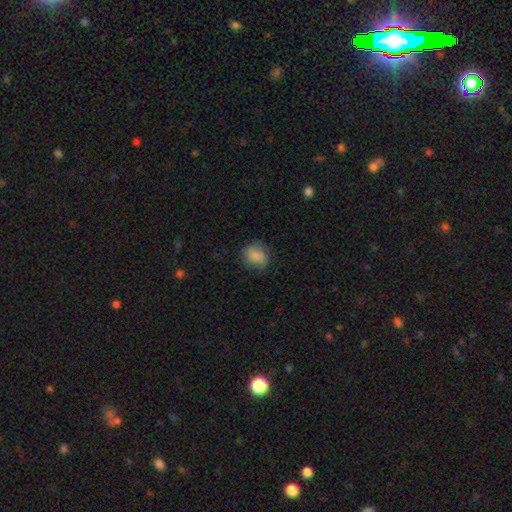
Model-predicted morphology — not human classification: Smooth or featured?
  - smooth: 80% *
  - featured or disk: 12%
  - star or artifact: 8%
How rounded?
  - round: 64% *
  - in between: 35%
  - cigar-shaped: 1%
Merging?
  - none: 73% *
  - minor disturbance: 20%
  - major disturbance: 6%
  - merger: 1%